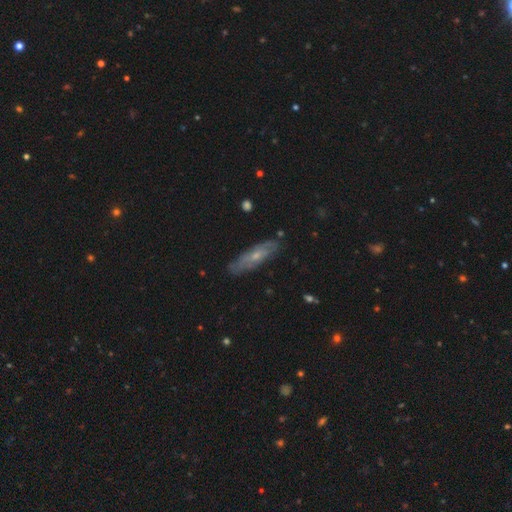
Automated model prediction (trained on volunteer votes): Q: Smooth or featured?
A: featured or disk (57%); runner-up: smooth (36%)
Q: Edge-on disk?
A: no (61%); runner-up: yes (39%)
Q: Merging?
A: none (80%); runner-up: minor disturbance (16%)